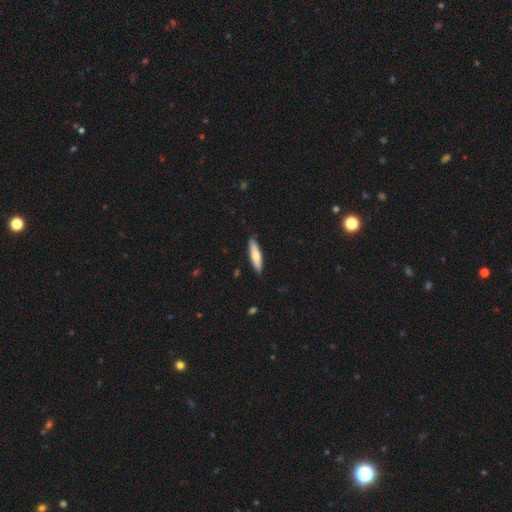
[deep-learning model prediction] A smooth galaxy with no disk features (63%) that is cigar-shaped (70%). Merging: none (88%).